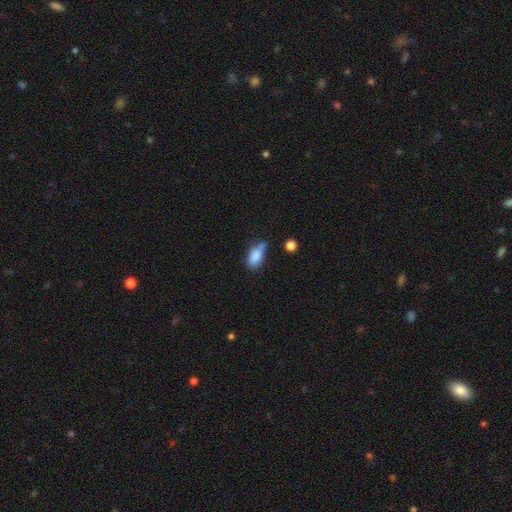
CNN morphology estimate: smooth 82%, featured or disk 10%, star or artifact 9%. Down the decision tree: how rounded — in between (87%); merging — none (38%).